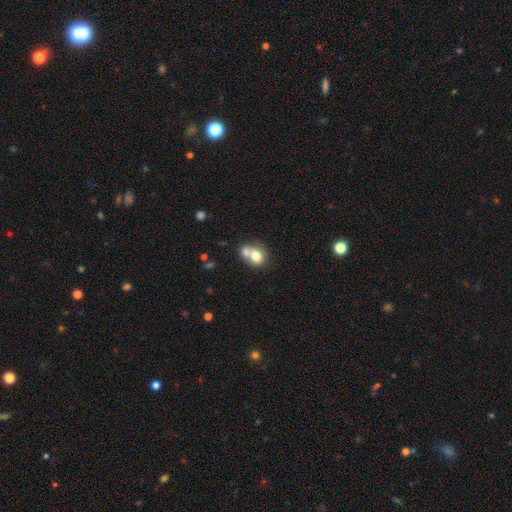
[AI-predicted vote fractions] smooth 74%, featured or disk 17%, star or artifact 9%. Down the decision tree: how rounded — round (57%); merging — merger (61%).